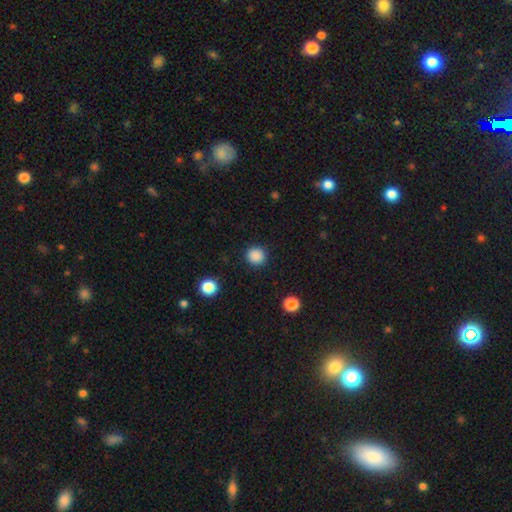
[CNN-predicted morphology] Smooth or featured? smooth (87%)
How rounded? round (93%)
Merging? none (91%)